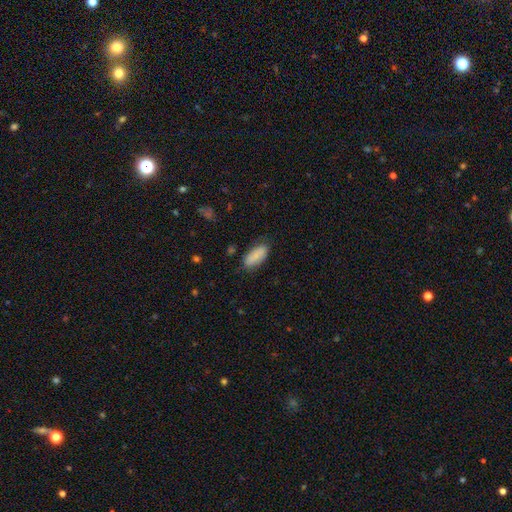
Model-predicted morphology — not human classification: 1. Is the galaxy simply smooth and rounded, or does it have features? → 83% smooth, 10% featured or disk, 7% star or artifact.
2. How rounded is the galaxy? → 88% in between, 9% cigar-shaped, 2% round.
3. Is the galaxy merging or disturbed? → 75% none, 19% minor disturbance, 4% major disturbance, 2% merger.